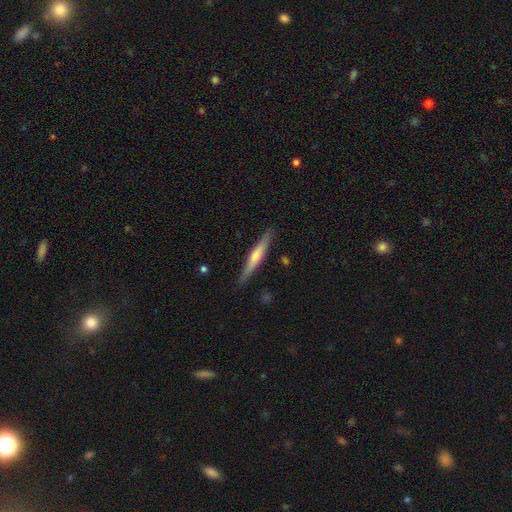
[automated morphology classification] smooth-or-featured: featured or disk: 52% | smooth: 43% | star or artifact: 6%
  disk-edge-on: yes: 96% | no: 4%
  merging: none: 88% | minor disturbance: 9% | major disturbance: 2% | merger: 1%